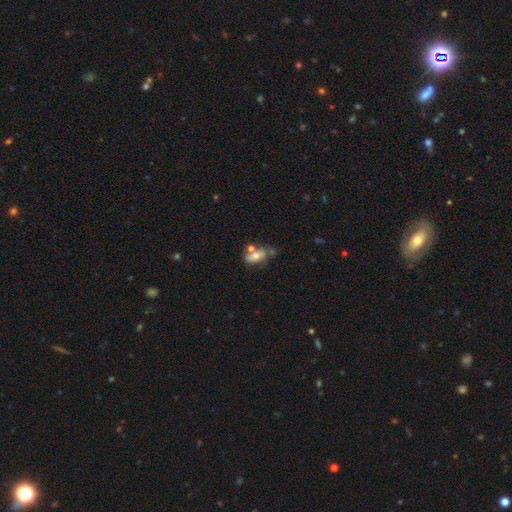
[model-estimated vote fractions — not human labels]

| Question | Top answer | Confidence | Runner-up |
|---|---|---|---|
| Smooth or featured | smooth | 59% | featured or disk (32%) |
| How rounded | in between | 80% | cigar-shaped (13%) |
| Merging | none | 38% | merger (31%) |